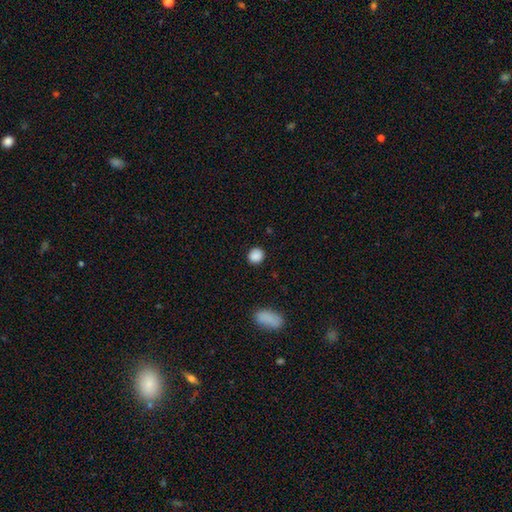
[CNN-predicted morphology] Q: Smooth or featured?
A: smooth (88%); runner-up: star or artifact (9%)
Q: How rounded?
A: round (82%); runner-up: in between (17%)
Q: Merging?
A: none (89%); runner-up: minor disturbance (7%)